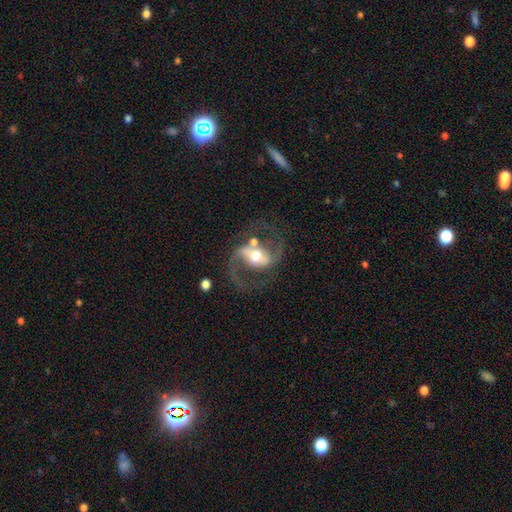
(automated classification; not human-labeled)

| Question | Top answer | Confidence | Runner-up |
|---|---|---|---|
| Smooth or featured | featured or disk | 87% | smooth (8%) |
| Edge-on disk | no | 97% | yes (3%) |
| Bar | strong | 42% | weak (35%) |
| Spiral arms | yes | 93% | no (7%) |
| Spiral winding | medium | 53% | loose (37%) |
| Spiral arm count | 2 | 91% | 1 (4%) |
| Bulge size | moderate | 69% | small (15%) |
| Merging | none | 62% | major disturbance (15%) |